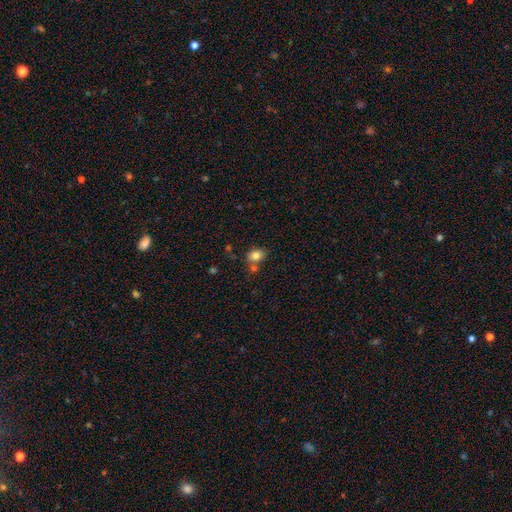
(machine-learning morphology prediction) A smooth galaxy with no disk features (81%) that is in between round and cigar-shaped (62%). Merging: none (60%).